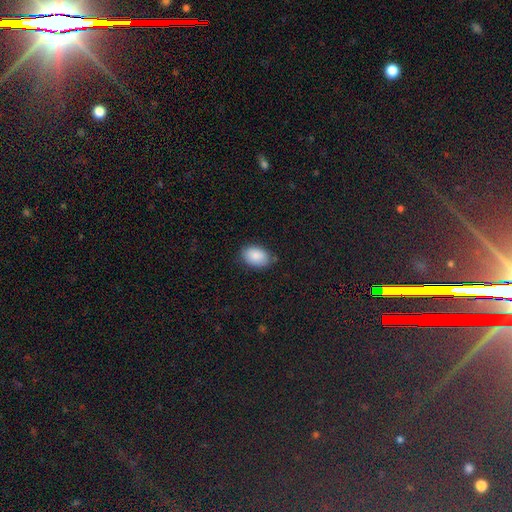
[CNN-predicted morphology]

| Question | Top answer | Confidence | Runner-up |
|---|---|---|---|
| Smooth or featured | smooth | 88% | star or artifact (7%) |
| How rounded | in between | 87% | round (12%) |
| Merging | none | 81% | minor disturbance (15%) |